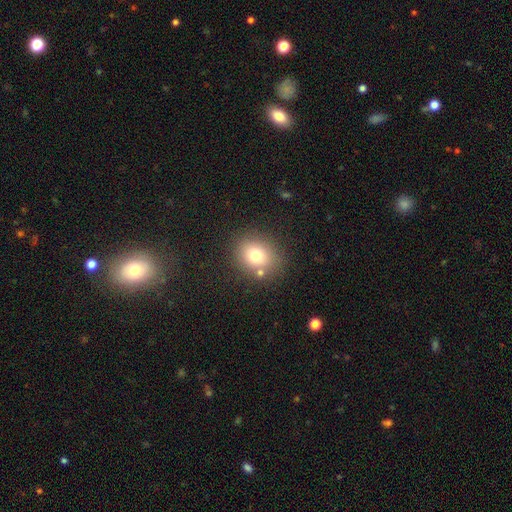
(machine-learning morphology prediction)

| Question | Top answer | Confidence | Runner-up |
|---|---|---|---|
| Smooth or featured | smooth | 74% | star or artifact (13%) |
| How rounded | round | 67% | in between (32%) |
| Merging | none | 76% | minor disturbance (11%) |